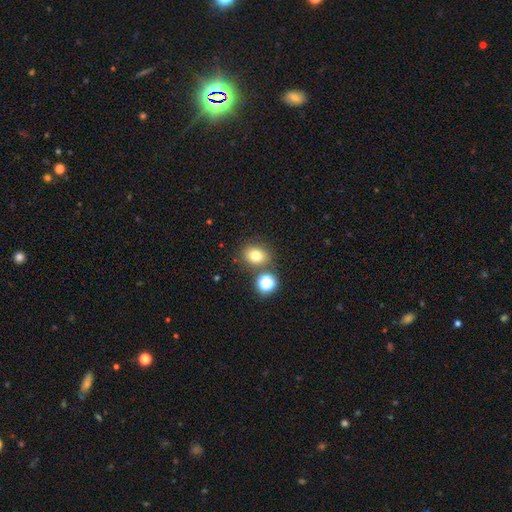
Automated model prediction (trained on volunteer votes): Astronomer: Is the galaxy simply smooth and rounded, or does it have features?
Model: smooth — 75%.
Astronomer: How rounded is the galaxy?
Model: round — 57% (runner-up: in between, 42%).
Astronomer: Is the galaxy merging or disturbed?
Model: none — 73%.